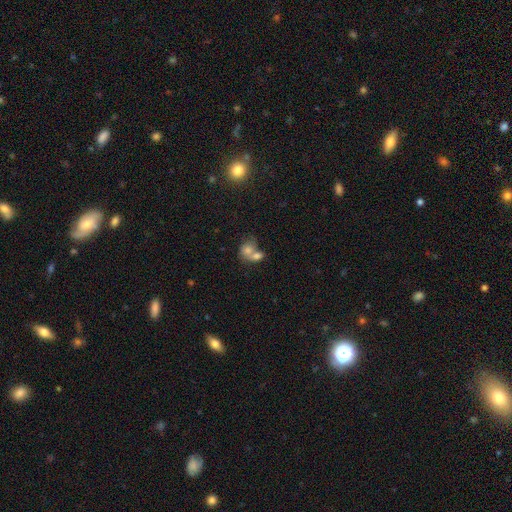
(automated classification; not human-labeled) A smooth galaxy with no disk features (70%) that is in between round and cigar-shaped (60%). Merging: merger (69%).